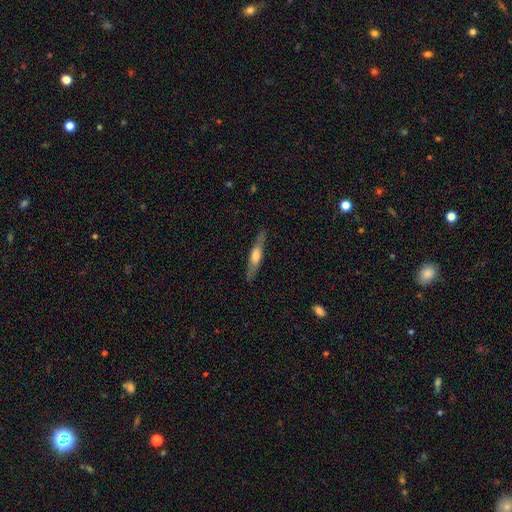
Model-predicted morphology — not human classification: Smooth or featured? featured or disk (48%)
Merging? none (84%)